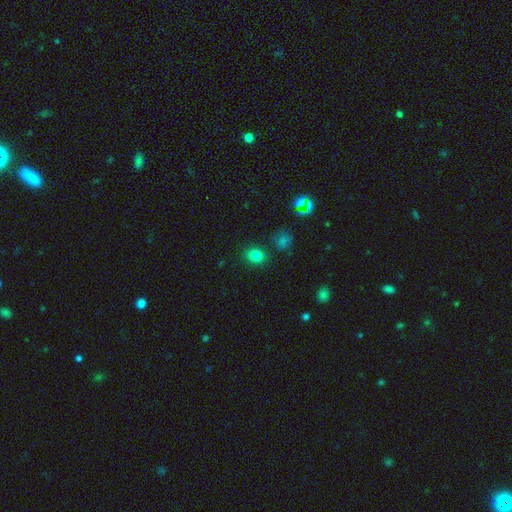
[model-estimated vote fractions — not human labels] Smooth or featured? smooth (79%)
How rounded? round (55%)
Merging? none (84%)